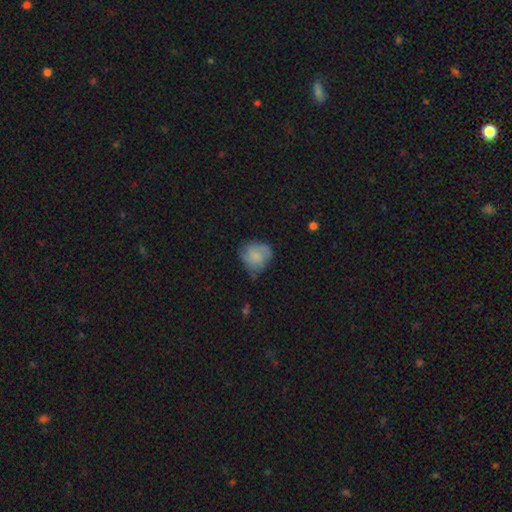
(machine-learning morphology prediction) Smooth or featured? smooth (65%)
How rounded? round (69%)
Merging? none (52%)